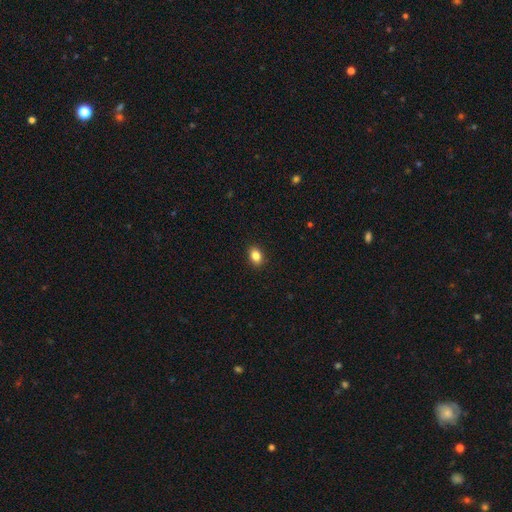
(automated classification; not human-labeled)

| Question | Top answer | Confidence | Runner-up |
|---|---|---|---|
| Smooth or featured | smooth | 85% | star or artifact (9%) |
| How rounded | in between | 77% | round (22%) |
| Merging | none | 90% | minor disturbance (7%) |